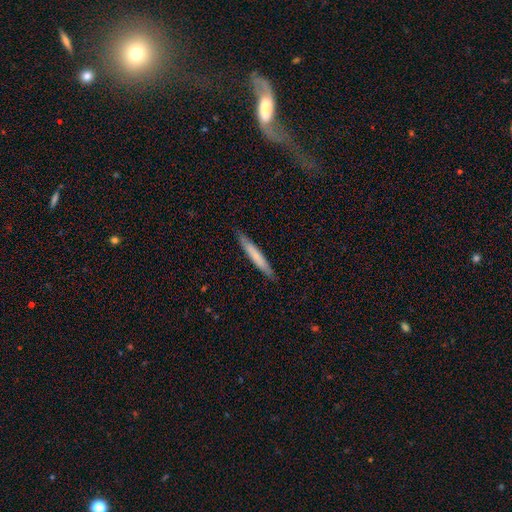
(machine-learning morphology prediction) smooth 64%, featured or disk 30%, star or artifact 6%. Down the decision tree: how rounded — cigar-shaped (95%); merging — none (89%).